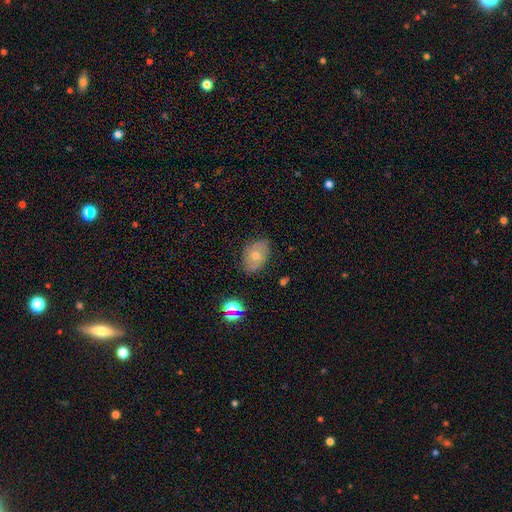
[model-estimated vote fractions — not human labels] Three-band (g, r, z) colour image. It shows a smooth galaxy with no disk features (58%) that is in between round and cigar-shaped (78%). Merging: none (76%).